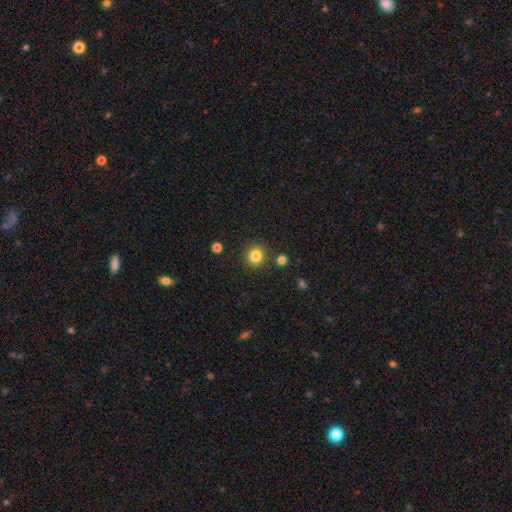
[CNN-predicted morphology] type=smooth (84%); roundness=round (87%); merging=none (86%).